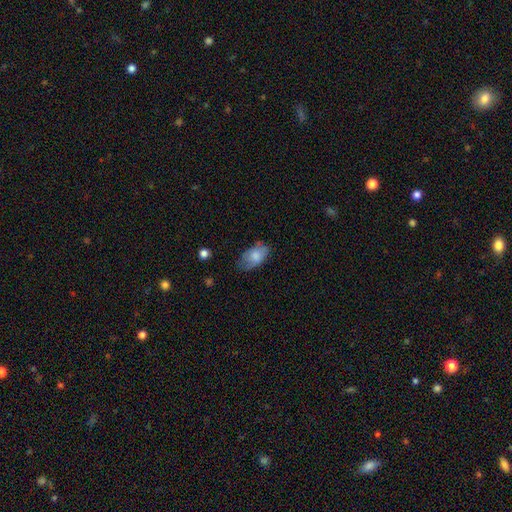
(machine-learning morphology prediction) This is likely a smooth galaxy (75%). How rounded: clearly in between (93%). Merging: likely none (60%).